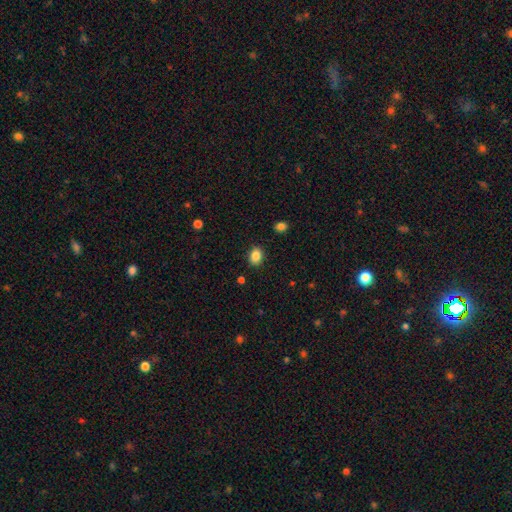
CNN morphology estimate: Smooth or featured: smooth — 86% (star or artifact — 9%)
How rounded: in between — 63% (round — 36%)
Merging: none — 88% (minor disturbance — 9%)